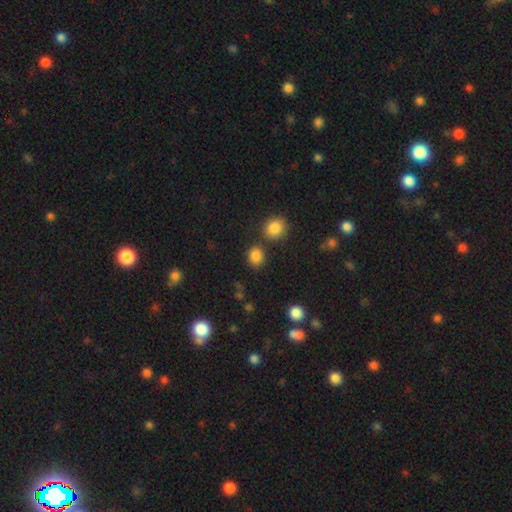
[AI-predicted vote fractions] Smooth or featured: smooth — 84% (star or artifact — 11%)
How rounded: round — 63% (in between — 36%)
Merging: none — 76% (merger — 11%)